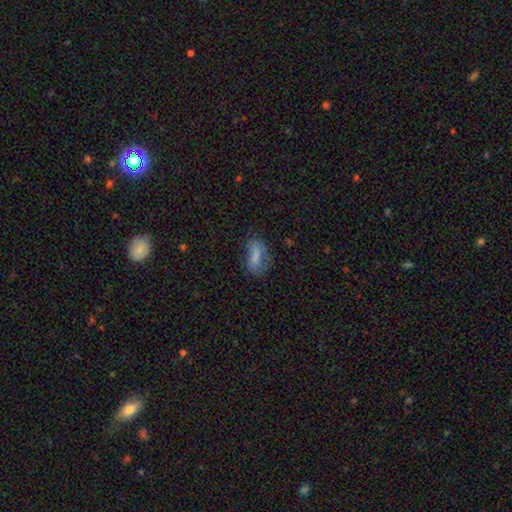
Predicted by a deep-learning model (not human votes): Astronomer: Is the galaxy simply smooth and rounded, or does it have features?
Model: smooth — 72%.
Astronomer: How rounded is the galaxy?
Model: in between — 84%.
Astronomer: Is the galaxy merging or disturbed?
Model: none — 49% (runner-up: minor disturbance, 28%).